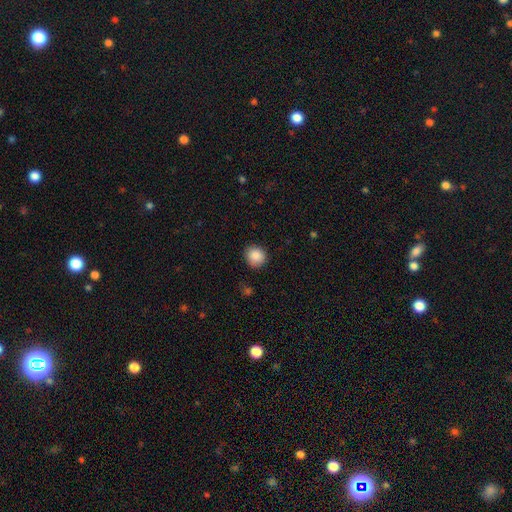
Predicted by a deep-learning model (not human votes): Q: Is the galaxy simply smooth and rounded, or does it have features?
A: smooth — 88%.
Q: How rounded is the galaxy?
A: round — 85%.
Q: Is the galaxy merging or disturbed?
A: none — 86%.